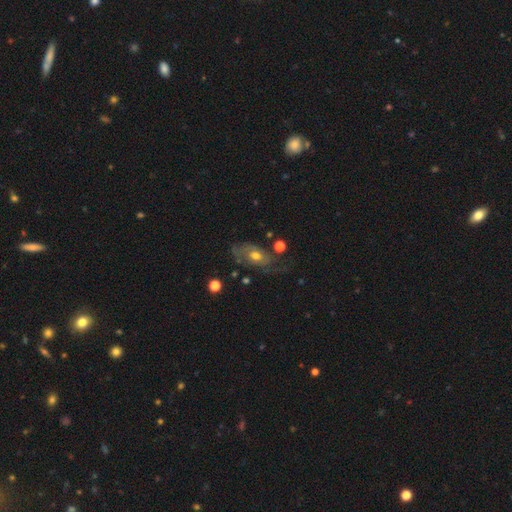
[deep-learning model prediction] Smooth or featured? featured or disk (58%)
Edge-on disk? no (90%)
Bar? no (78%)
Spiral arms? yes (64%)
Bulge size? moderate (71%)
Merging? none (47%)